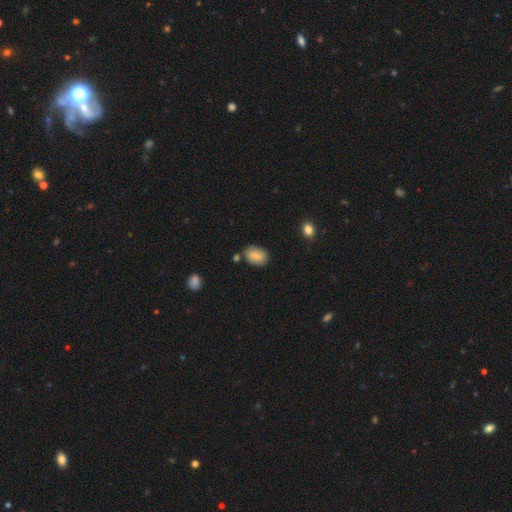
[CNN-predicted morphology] Smooth or featured? smooth (78%)
How rounded? in between (77%)
Merging? none (74%)